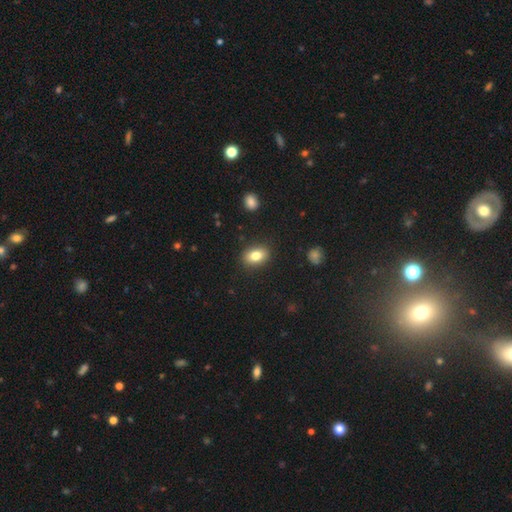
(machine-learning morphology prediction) smooth-or-featured: smooth: 81% | featured or disk: 11% | star or artifact: 9%
  how-rounded: in between: 81% | round: 17% | cigar-shaped: 2%
  merging: none: 87% | minor disturbance: 9% | major disturbance: 2% | merger: 1%